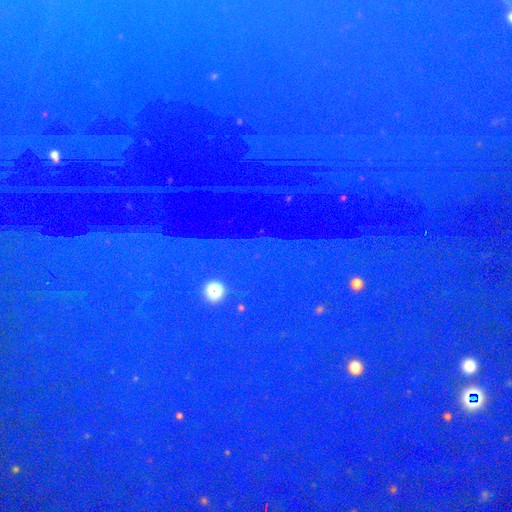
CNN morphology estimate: Smooth or featured: star or artifact — 86% (featured or disk — 7%)